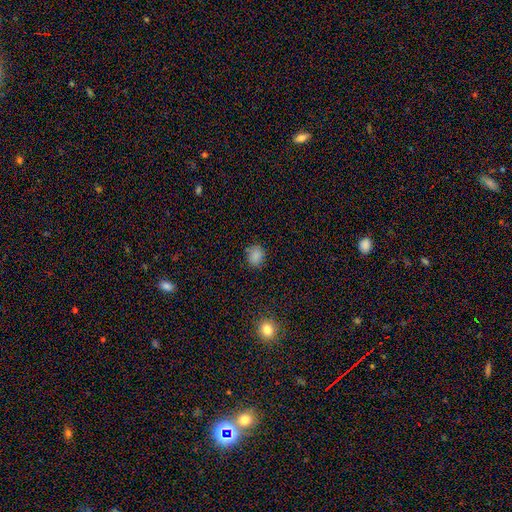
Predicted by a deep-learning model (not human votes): Smooth or featured? Predicted: smooth (p=0.84). How rounded? Predicted: round (p=0.62). Merging? Predicted: none (p=0.84).